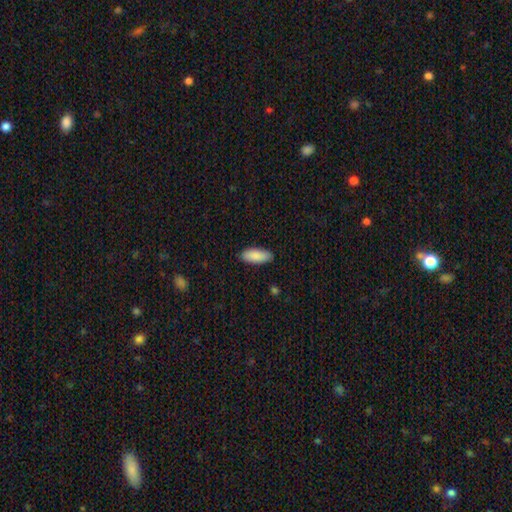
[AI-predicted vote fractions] A smooth galaxy with no disk features (89%) that is in between round and cigar-shaped (80%). Merging: none (88%).